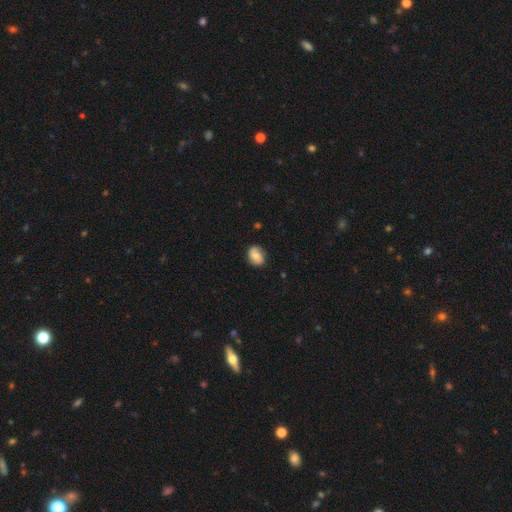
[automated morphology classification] Smooth or featured: smooth — 63% (featured or disk — 28%)
How rounded: in between — 59% (round — 39%)
Merging: none — 80% (minor disturbance — 15%)